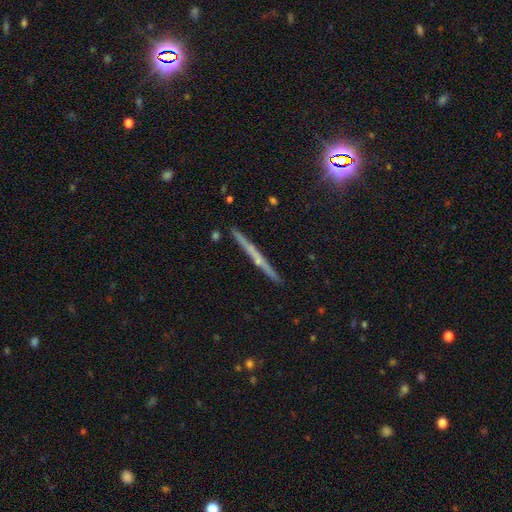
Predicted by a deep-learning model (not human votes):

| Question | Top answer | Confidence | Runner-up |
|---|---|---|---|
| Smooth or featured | featured or disk | 63% | smooth (26%) |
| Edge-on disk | yes | 98% | no (2%) |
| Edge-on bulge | none | 62% | rounded (32%) |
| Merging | none | 91% | minor disturbance (7%) |